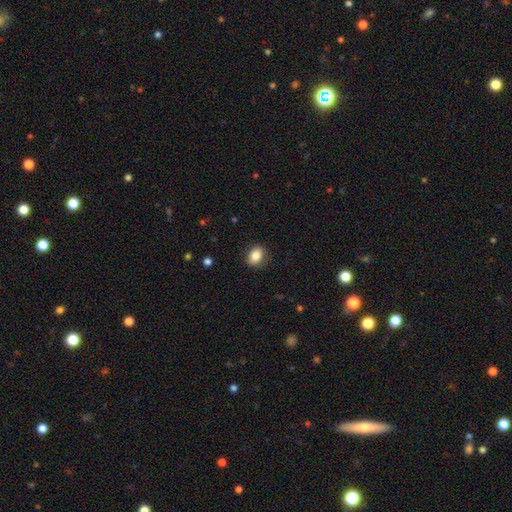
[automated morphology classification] A smooth galaxy with no disk features (85%) that is in between round and cigar-shaped (65%).

Vote fractions:
- Smooth or featured? smooth: 85% / star or artifact: 9% / featured or disk: 6%
- How rounded? in between: 65% / round: 34% / cigar-shaped: 1%
- Merging? none: 87% / minor disturbance: 10% / major disturbance: 2% / merger: 1%